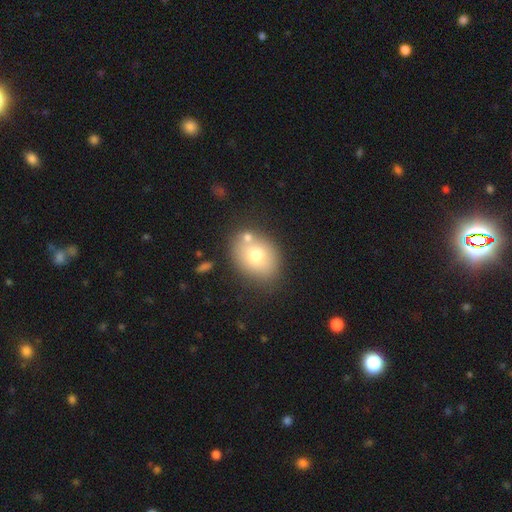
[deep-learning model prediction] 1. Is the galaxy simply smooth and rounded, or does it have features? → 71% smooth, 19% featured or disk, 10% star or artifact.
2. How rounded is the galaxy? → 58% in between, 41% round, 1% cigar-shaped.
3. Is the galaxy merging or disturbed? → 68% none, 14% merger, 14% minor disturbance, 4% major disturbance.